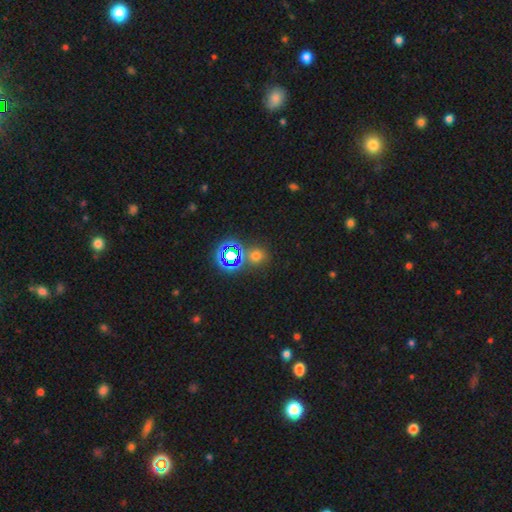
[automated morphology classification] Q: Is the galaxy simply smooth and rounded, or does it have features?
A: smooth — 57%.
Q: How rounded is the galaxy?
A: round — 84%.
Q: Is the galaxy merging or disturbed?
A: none — 71%.